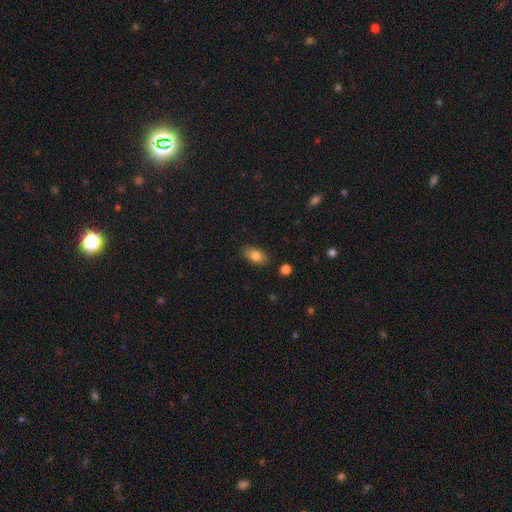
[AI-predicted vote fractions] A smooth galaxy with no disk features (80%) that is in between round and cigar-shaped (91%). Merging: none (86%).